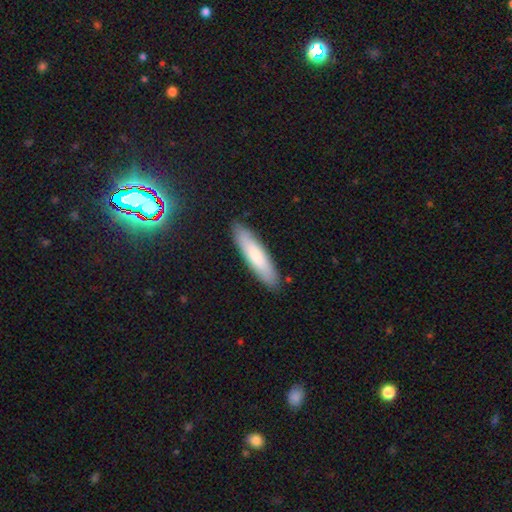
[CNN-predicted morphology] Smooth or featured? smooth (76%)
How rounded? cigar-shaped (74%)
Merging? none (88%)